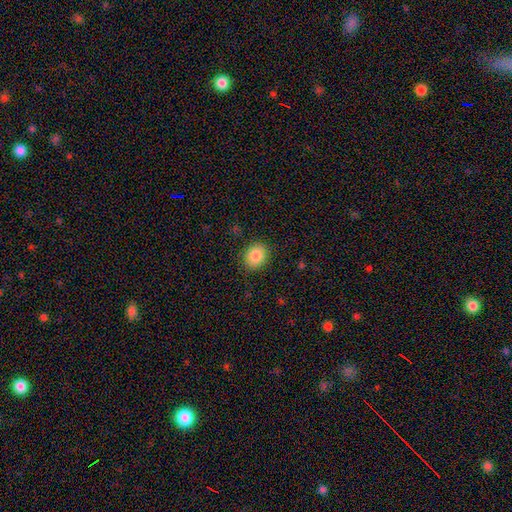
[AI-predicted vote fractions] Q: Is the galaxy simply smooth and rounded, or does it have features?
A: smooth — 86%.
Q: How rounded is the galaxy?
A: round — 62%.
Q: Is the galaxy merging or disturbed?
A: none — 87%.